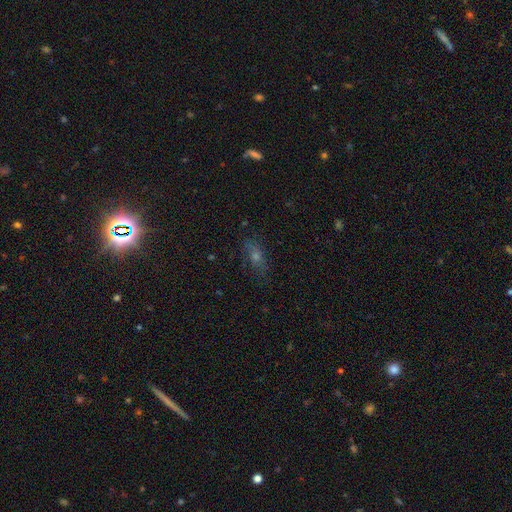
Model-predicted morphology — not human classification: A smooth galaxy with no disk features (39%).

Vote fractions:
- Smooth or featured? smooth: 39% / star or artifact: 34% / featured or disk: 27%
- Merging? none: 79% / minor disturbance: 14% / major disturbance: 6% / merger: 2%